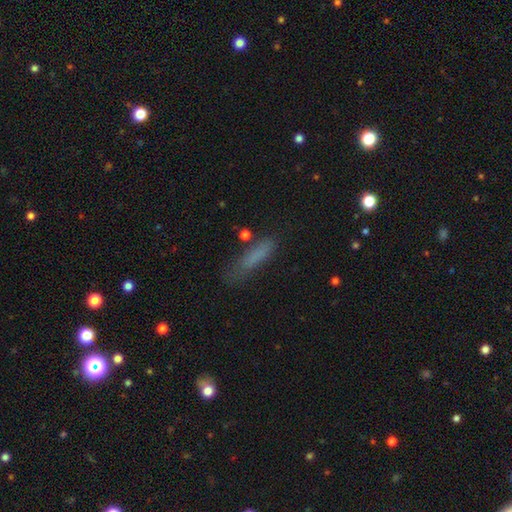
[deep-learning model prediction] A smooth galaxy with no disk features (74%) that is cigar-shaped (75%).

Vote fractions:
- Smooth or featured? smooth: 74% / featured or disk: 14% / star or artifact: 12%
- How rounded? cigar-shaped: 75% / in between: 23% / round: 2%
- Merging? none: 66% / minor disturbance: 21% / major disturbance: 10% / merger: 3%